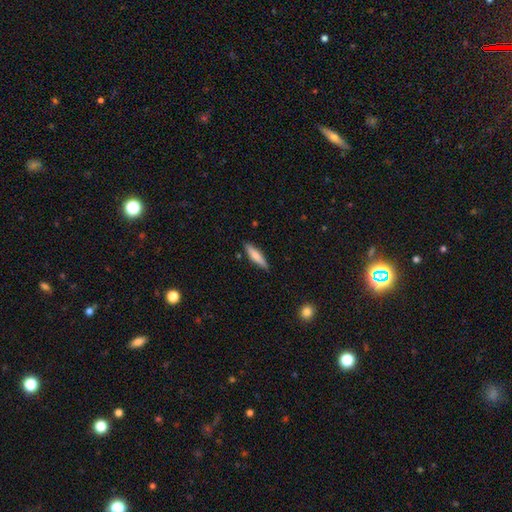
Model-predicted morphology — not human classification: Smooth or featured? Predicted: smooth (p=0.68). How rounded? Predicted: cigar-shaped (p=0.78). Merging? Predicted: none (p=0.87).